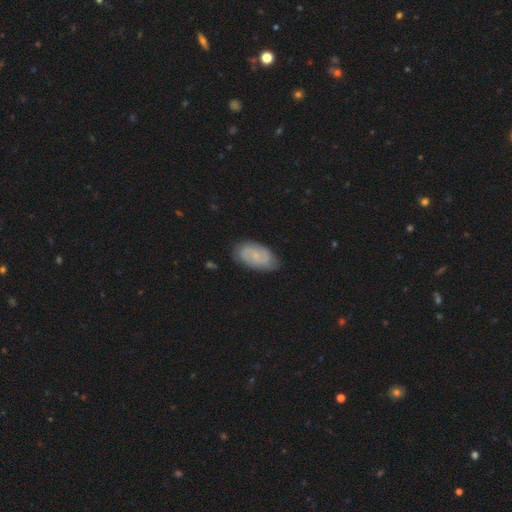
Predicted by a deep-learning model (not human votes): Smooth or featured?
  - featured or disk: 57% *
  - smooth: 36%
  - star or artifact: 8%
Edge-on disk?
  - no: 96% *
  - yes: 4%
Bar?
  - no: 54% *
  - weak: 40%
  - strong: 7%
Spiral arms?
  - yes: 88% *
  - no: 12%
Bulge size?
  - small: 64% *
  - none: 21%
  - moderate: 13%
  - large: 1%
  - dominant: 1%
Merging?
  - none: 76% *
  - minor disturbance: 19%
  - major disturbance: 4%
  - merger: 1%